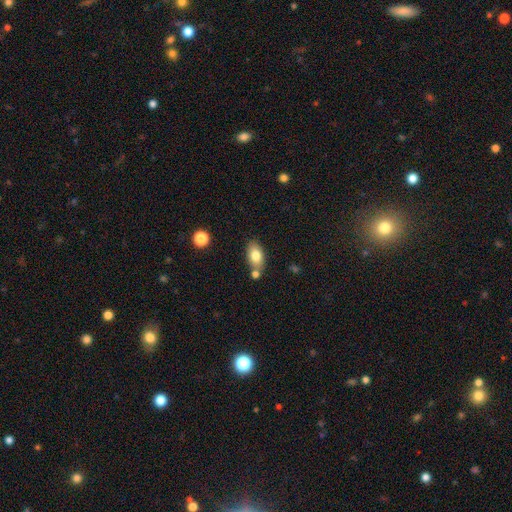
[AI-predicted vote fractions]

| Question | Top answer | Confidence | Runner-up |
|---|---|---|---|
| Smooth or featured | smooth | 79% | featured or disk (14%) |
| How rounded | in between | 89% | round (9%) |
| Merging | none | 67% | merger (16%) |